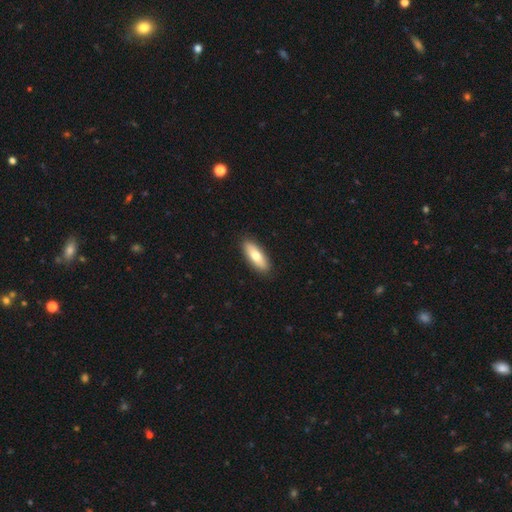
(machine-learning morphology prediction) This is likely a smooth galaxy (73%). How rounded: likely in between (67%). Merging: clearly none (90%).